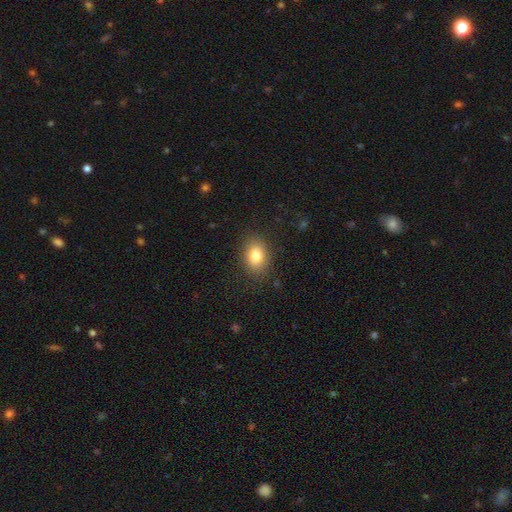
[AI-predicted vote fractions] A smooth galaxy with no disk features (82%) that is in between round and cigar-shaped (73%). Merging: none (85%).